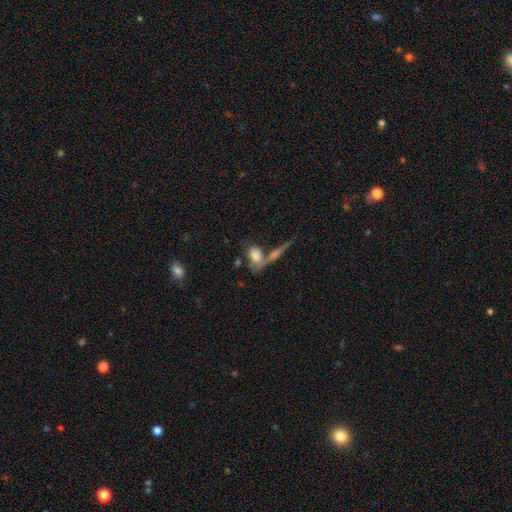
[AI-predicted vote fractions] Overall: smooth (69%). How rounded: in between (79%). Merging: merger (41%; none 38%).